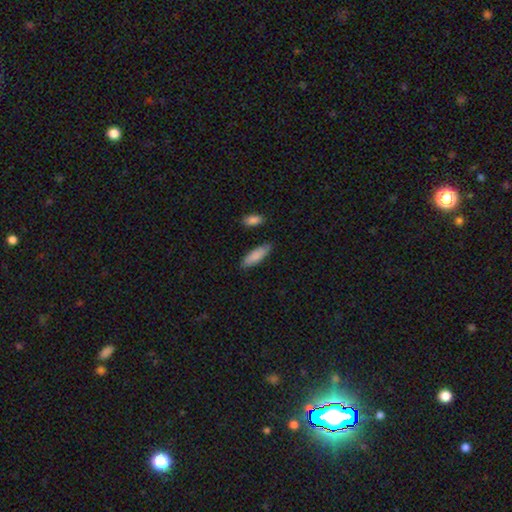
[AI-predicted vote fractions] A smooth galaxy with no disk features (86%) that is in between round and cigar-shaped (50%).

Vote fractions:
- Smooth or featured? smooth: 86% / featured or disk: 8% / star or artifact: 6%
- How rounded? in between: 50% / cigar-shaped: 48% / round: 2%
- Merging? none: 83% / minor disturbance: 12% / merger: 3% / major disturbance: 2%